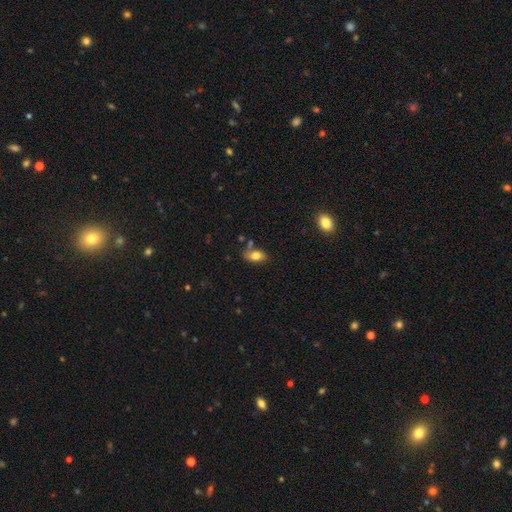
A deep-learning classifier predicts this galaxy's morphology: smooth 79%, featured or disk 13%, star or artifact 9%. Down the decision tree: how rounded — in between (87%); merging — none (63%).